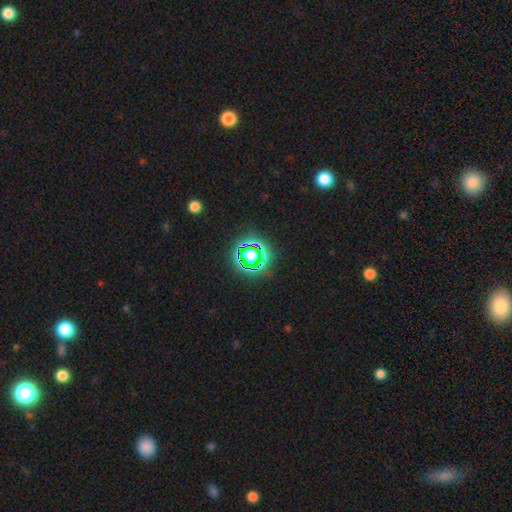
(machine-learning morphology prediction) smooth_or_featured: star or artifact (p=0.77) [alt: smooth p=0.16]